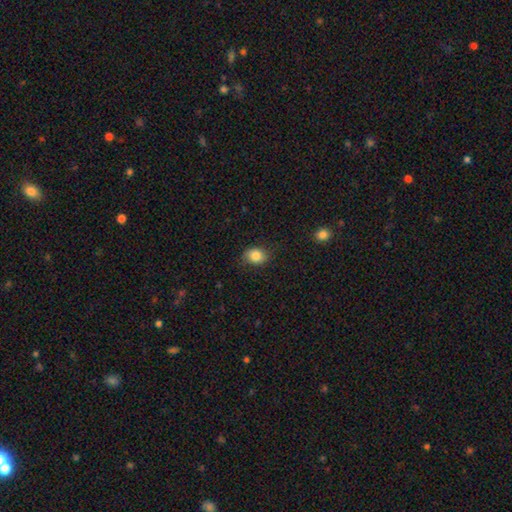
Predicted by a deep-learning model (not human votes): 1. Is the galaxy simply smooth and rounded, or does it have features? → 82% smooth, 9% star or artifact, 9% featured or disk.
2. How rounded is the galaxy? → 57% in between, 42% round, 1% cigar-shaped.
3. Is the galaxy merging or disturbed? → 76% none, 19% minor disturbance, 4% major disturbance, 1% merger.